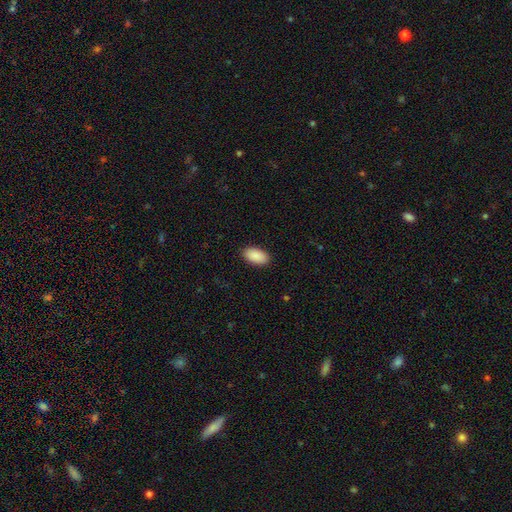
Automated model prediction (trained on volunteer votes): A smooth galaxy with no disk features (91%) that is in between round and cigar-shaped (95%).

Vote fractions:
- Smooth or featured? smooth: 91% / star or artifact: 6% / featured or disk: 3%
- How rounded? in between: 95% / round: 3% / cigar-shaped: 2%
- Merging? none: 90% / minor disturbance: 7% / major disturbance: 2% / merger: 1%